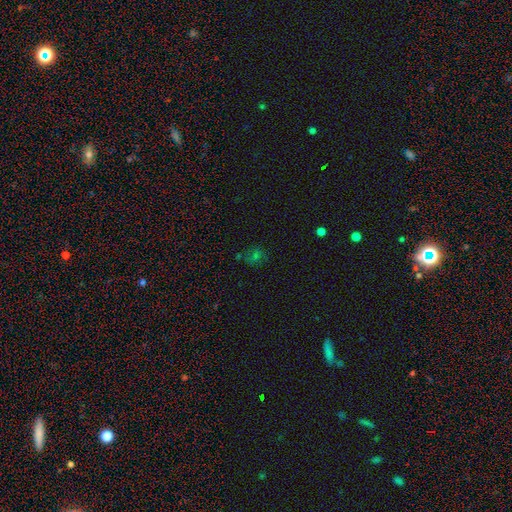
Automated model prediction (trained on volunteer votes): A smooth galaxy with no disk features (43%).

Vote fractions:
- Smooth or featured? smooth: 43% / star or artifact: 42% / featured or disk: 15%
- Merging? none: 68% / minor disturbance: 16% / major disturbance: 9% / merger: 7%